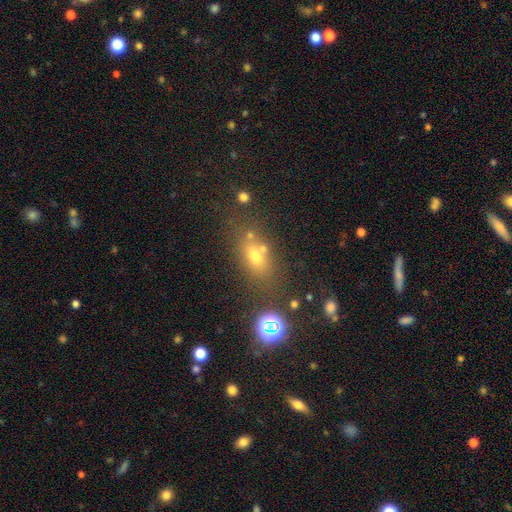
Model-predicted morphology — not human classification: Q: Smooth or featured?
A: smooth (60%); runner-up: star or artifact (21%)
Q: How rounded?
A: in between (70%); runner-up: round (22%)
Q: Merging?
A: none (60%); runner-up: merger (17%)